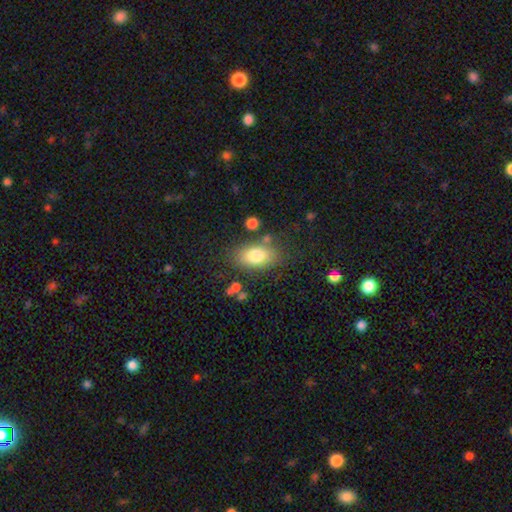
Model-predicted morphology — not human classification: smooth_or_featured: smooth (p=0.78) [alt: featured or disk p=0.13]
how_rounded: in between (p=0.88) [alt: round p=0.10]
merging: none (p=0.74) [alt: minor disturbance p=0.15]